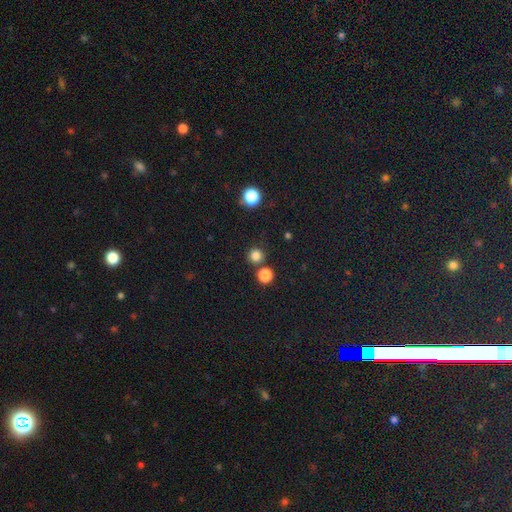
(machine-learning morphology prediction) smooth_or_featured: smooth (p=0.81) [alt: star or artifact p=0.15]
how_rounded: round (p=0.93) [alt: in between p=0.06]
merging: none (p=0.80) [alt: merger p=0.11]